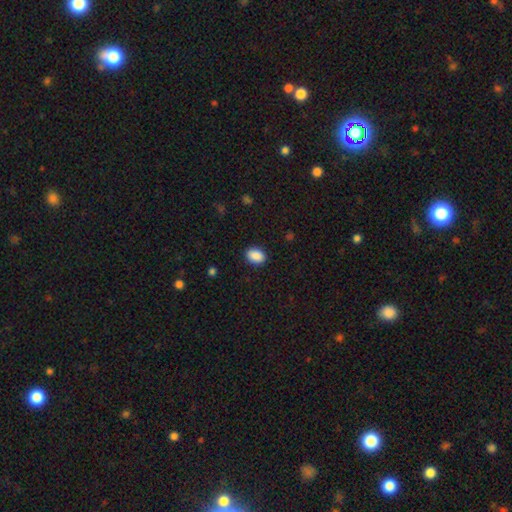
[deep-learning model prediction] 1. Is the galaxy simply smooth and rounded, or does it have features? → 90% smooth, 8% star or artifact, 3% featured or disk.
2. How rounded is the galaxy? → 81% in between, 18% round, 1% cigar-shaped.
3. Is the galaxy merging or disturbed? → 89% none, 8% minor disturbance, 2% major disturbance, 1% merger.